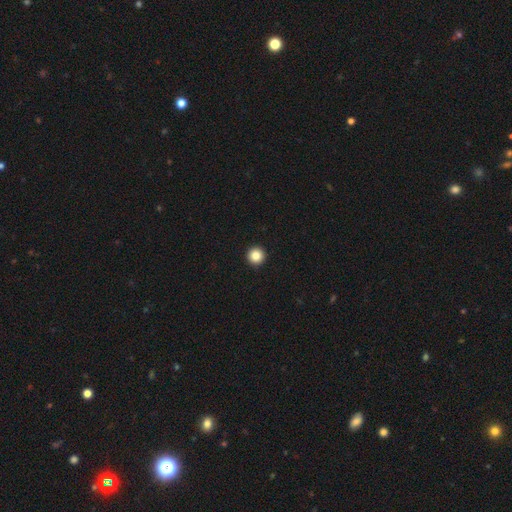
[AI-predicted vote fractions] smooth 86%, star or artifact 10%, featured or disk 4%. Down the decision tree: how rounded — round (97%); merging — none (94%).